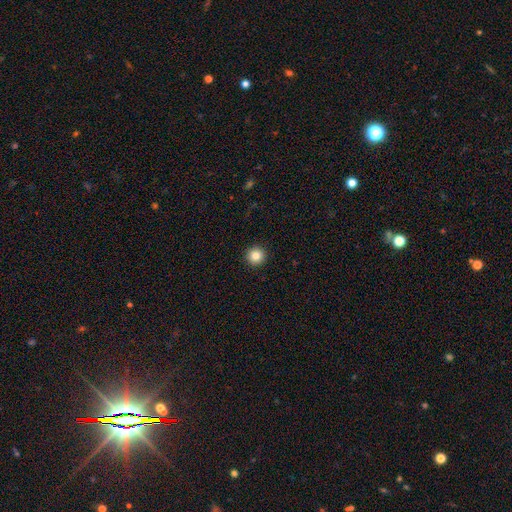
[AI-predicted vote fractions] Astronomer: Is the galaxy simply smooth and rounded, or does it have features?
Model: smooth — 84%.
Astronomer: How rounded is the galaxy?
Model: round — 96%.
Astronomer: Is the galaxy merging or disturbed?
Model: none — 93%.